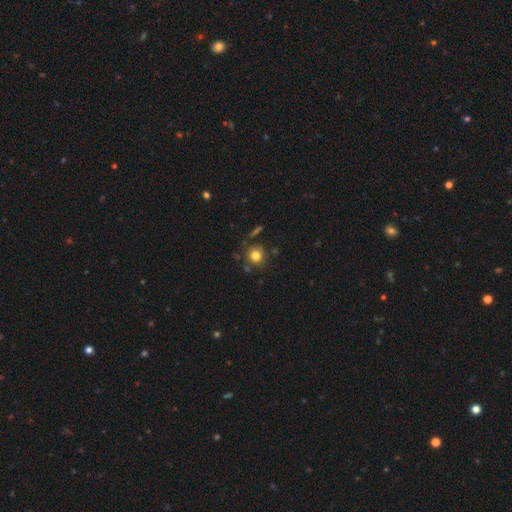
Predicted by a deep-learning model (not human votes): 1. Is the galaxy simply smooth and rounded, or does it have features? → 80% smooth, 12% star or artifact, 8% featured or disk.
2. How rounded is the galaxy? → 89% round, 10% in between, 1% cigar-shaped.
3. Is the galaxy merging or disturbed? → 80% none, 11% minor disturbance, 6% merger, 4% major disturbance.